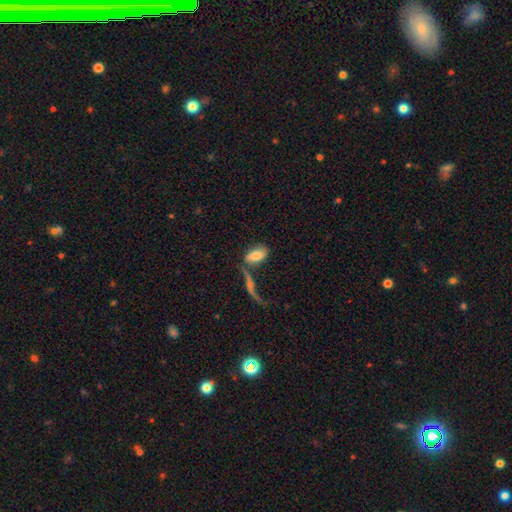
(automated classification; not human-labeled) Q: Smooth or featured?
A: smooth (72%); runner-up: featured or disk (20%)
Q: How rounded?
A: in between (91%); runner-up: cigar-shaped (5%)
Q: Merging?
A: none (39%); runner-up: merger (34%)